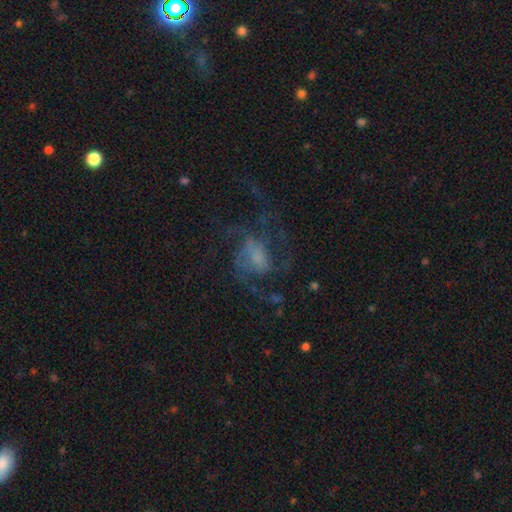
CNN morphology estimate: Q: Smooth or featured?
A: featured or disk (70%); runner-up: smooth (17%)
Q: Edge-on disk?
A: no (97%); runner-up: yes (3%)
Q: Bar?
A: no (52%); runner-up: weak (37%)
Q: Spiral arms?
A: yes (82%); runner-up: no (18%)
Q: Spiral winding?
A: medium (47%); runner-up: loose (36%)
Q: Spiral arm count?
A: 3 (28%); runner-up: can't tell (27%)
Q: Bulge size?
A: none (30%); runner-up: moderate (28%)
Q: Merging?
A: none (47%); runner-up: major disturbance (36%)